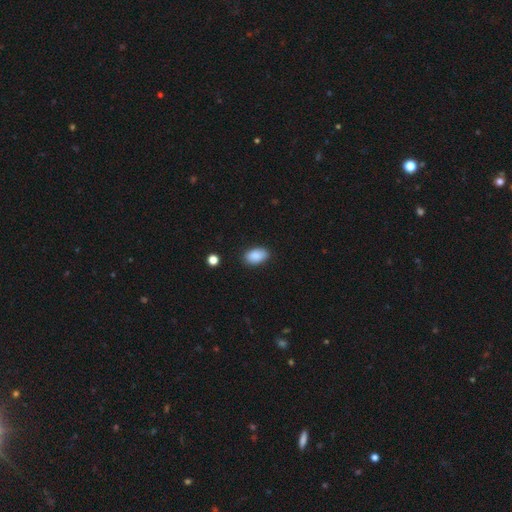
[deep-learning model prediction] smooth 88%, star or artifact 8%, featured or disk 4%. Down the decision tree: how rounded — in between (91%); merging — none (83%).